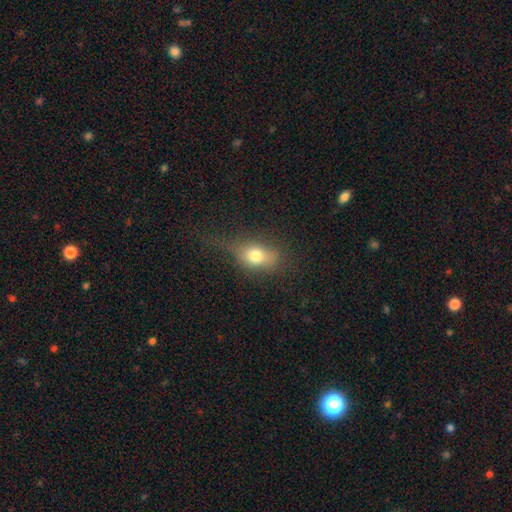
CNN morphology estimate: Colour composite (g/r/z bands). It shows a smooth galaxy with no disk features (75%) that is in between round and cigar-shaped (73%). Merging: none (51%).